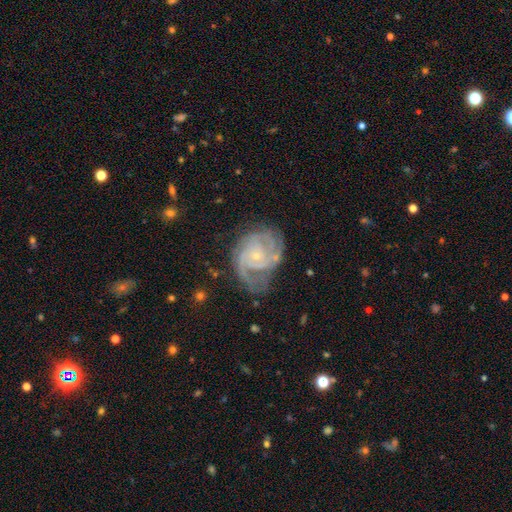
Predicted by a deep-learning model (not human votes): Morphology: type=featured or disk (88%); edge-on=no (98%); bar=no (71%); spiral arms=yes (97%); winding=tight (57%); arm count=2 (36%); bulge=small (81%); merging=none (61%).